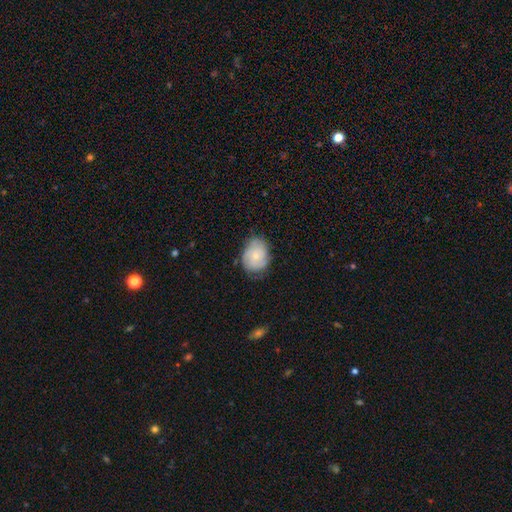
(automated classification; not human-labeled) Smooth or featured?
  - smooth: 49% *
  - featured or disk: 44%
  - star or artifact: 7%
Merging?
  - none: 67% *
  - minor disturbance: 25%
  - major disturbance: 7%
  - merger: 1%